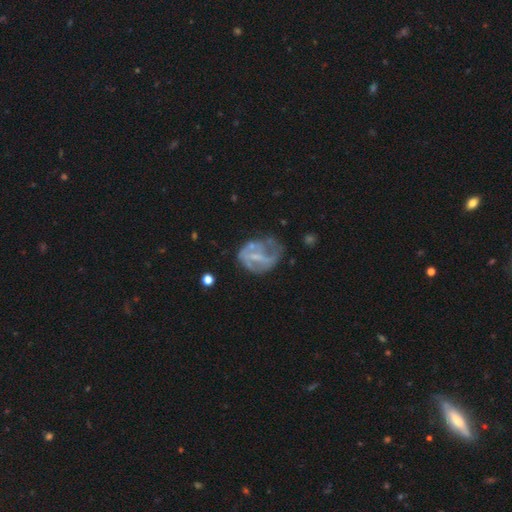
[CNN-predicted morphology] Smooth or featured? Predicted: featured or disk (p=0.63). Edge-on disk? Predicted: no (p=0.97). Bar? Predicted: no (p=0.40). Spiral arms? Predicted: no (p=0.57). Bulge size? Predicted: none (p=0.46). Merging? Predicted: none (p=0.36).